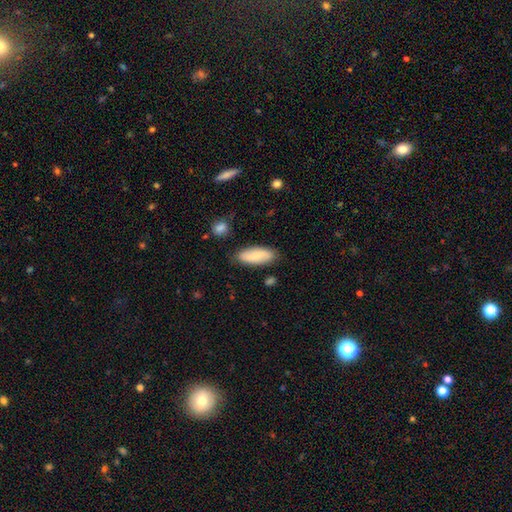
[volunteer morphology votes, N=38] Smooth or featured: smooth — 71% (featured or disk — 21%)
How rounded: in between — 89% (cigar-shaped — 7%)
Merging: none — 83% (major disturbance — 9%)